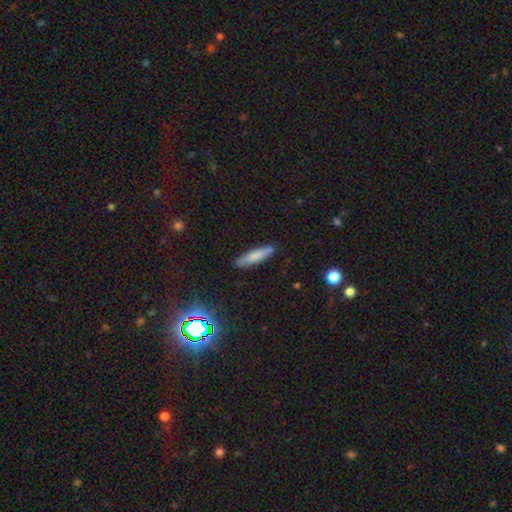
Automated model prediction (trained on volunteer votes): Smooth or featured?
  - smooth: 74% *
  - featured or disk: 18%
  - star or artifact: 8%
How rounded?
  - cigar-shaped: 82% *
  - in between: 16%
  - round: 2%
Merging?
  - none: 86% *
  - minor disturbance: 10%
  - major disturbance: 2%
  - merger: 2%